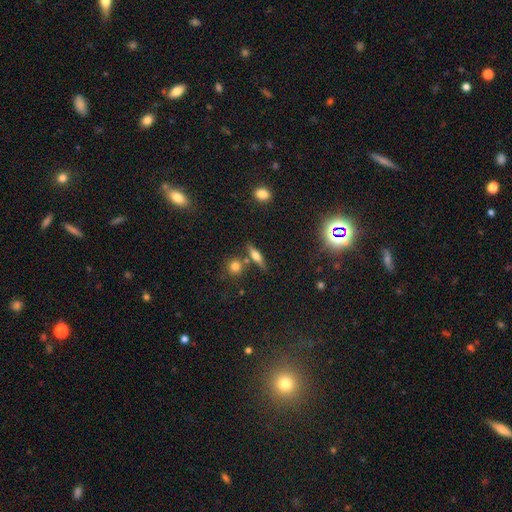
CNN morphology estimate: smooth_or_featured: smooth (p=0.48) [alt: featured or disk p=0.41]
merging: none (p=0.73) [alt: merger p=0.12]